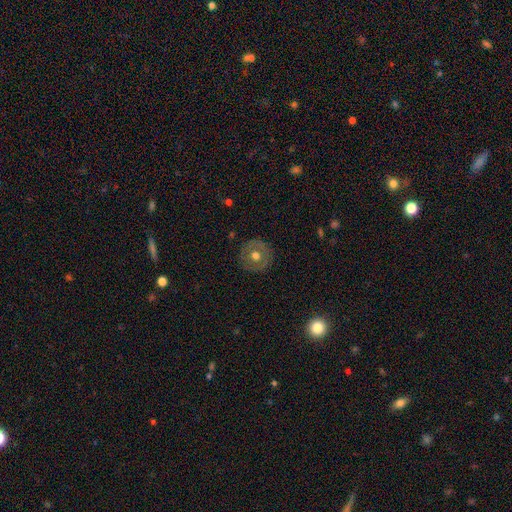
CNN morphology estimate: Smooth or featured?
  - smooth: 52% *
  - featured or disk: 40%
  - star or artifact: 8%
How rounded?
  - round: 93% *
  - in between: 6%
  - cigar-shaped: 1%
Merging?
  - none: 87% *
  - minor disturbance: 9%
  - major disturbance: 3%
  - merger: 1%